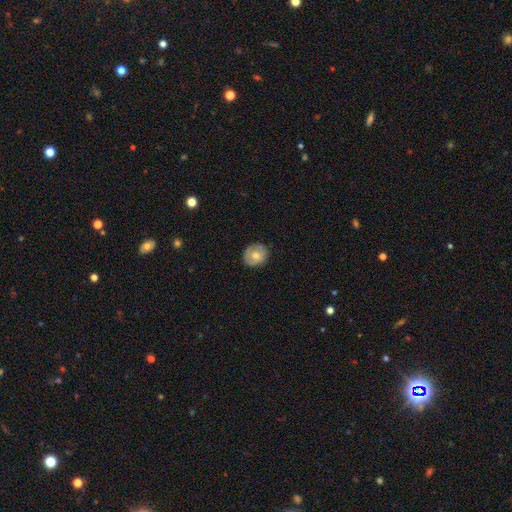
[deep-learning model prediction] smooth_or_featured: smooth (p=0.63) [alt: featured or disk p=0.29]
how_rounded: round (p=0.72) [alt: in between p=0.27]
merging: none (p=0.84) [alt: minor disturbance p=0.13]